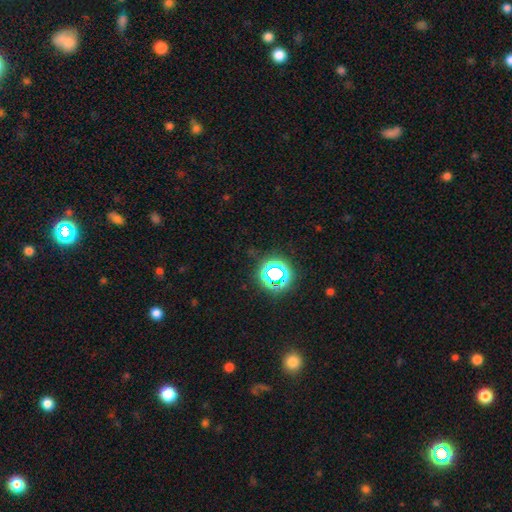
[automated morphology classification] The model was most divided on "smooth or featured": star or artifact: 72%, smooth: 20%, featured or disk: 8%.